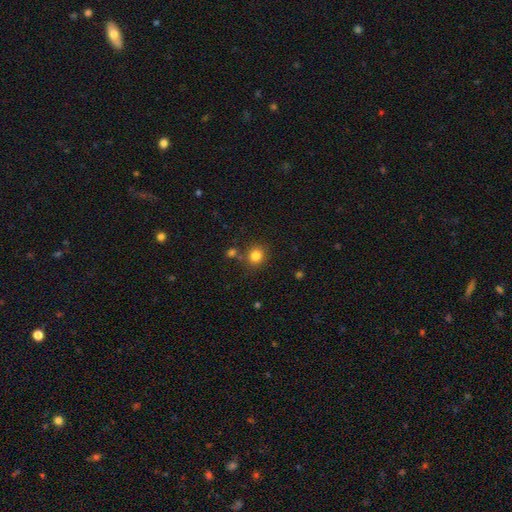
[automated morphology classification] A smooth galaxy with no disk features (82%) that is round (83%). Merging: none (79%).